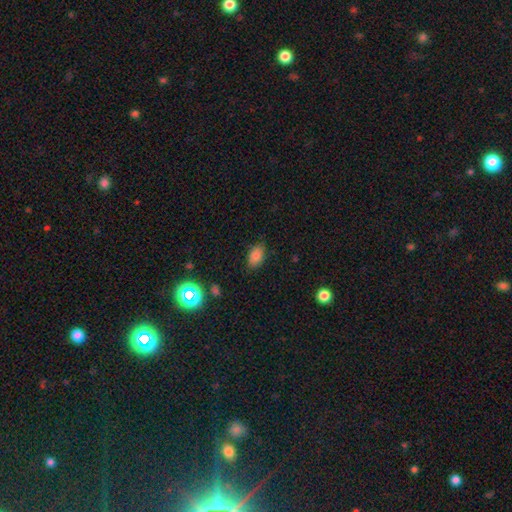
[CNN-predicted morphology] This is clearly a smooth galaxy (82%). How rounded: clearly in between (88%). Merging: clearly none (82%).